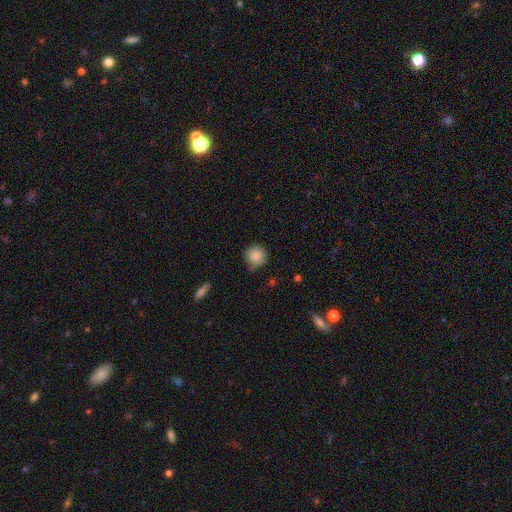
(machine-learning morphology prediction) A smooth galaxy with no disk features (87%) that is round (93%). Merging: none (72%).